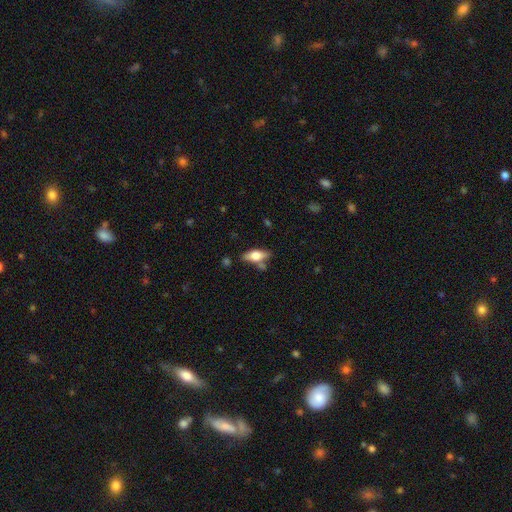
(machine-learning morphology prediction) Q: Smooth or featured?
A: smooth (58%); runner-up: featured or disk (35%)
Q: How rounded?
A: in between (73%); runner-up: cigar-shaped (23%)
Q: Merging?
A: none (66%); runner-up: minor disturbance (18%)